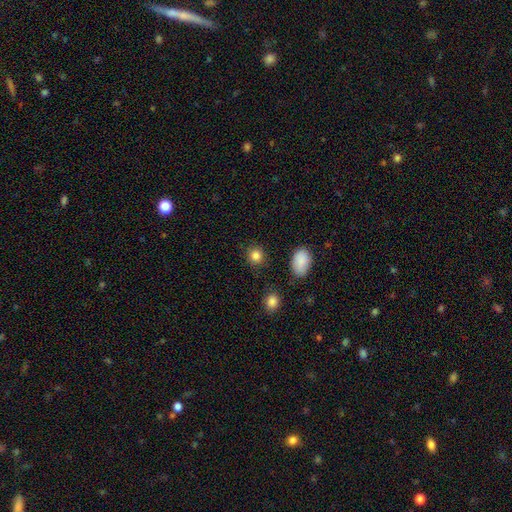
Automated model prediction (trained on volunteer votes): Morphology: type=smooth (85%); roundness=round (83%); merging=none (87%).